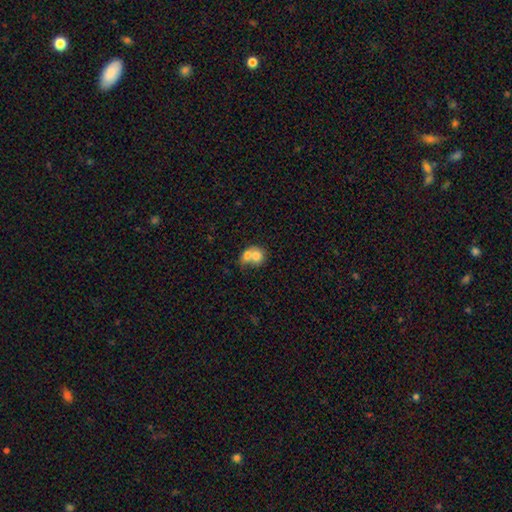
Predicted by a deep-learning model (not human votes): Smooth or featured: smooth — 71% (featured or disk — 21%)
How rounded: round — 62% (in between — 37%)
Merging: merger — 72% (none — 18%)